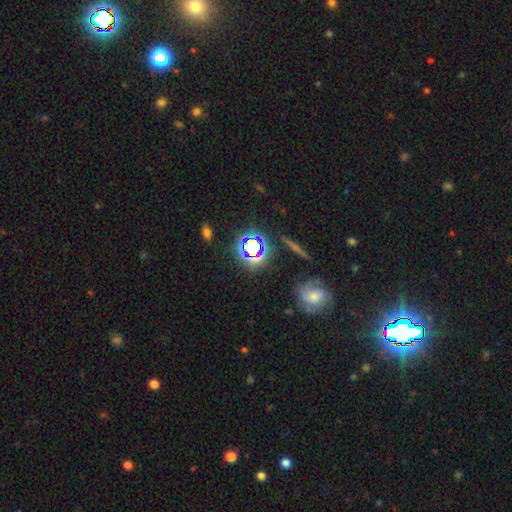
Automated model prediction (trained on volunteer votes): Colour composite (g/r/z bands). It shows a star or artifact, not a galaxy (57%).